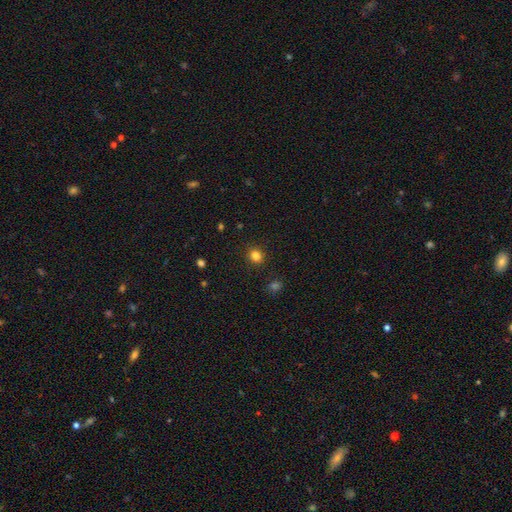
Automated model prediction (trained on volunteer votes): Smooth or featured?
  - smooth: 82% *
  - star or artifact: 13%
  - featured or disk: 5%
How rounded?
  - round: 79% *
  - in between: 20%
  - cigar-shaped: 1%
Merging?
  - none: 90% *
  - minor disturbance: 7%
  - major disturbance: 2%
  - merger: 1%